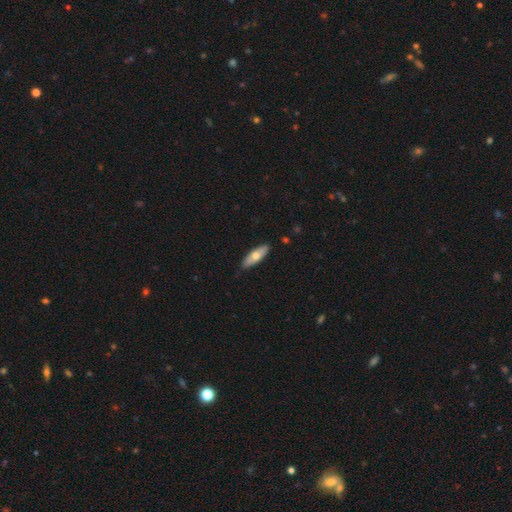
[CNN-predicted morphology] Smooth or featured? Predicted: smooth (p=0.63). How rounded? Predicted: in between (p=0.58). Merging? Predicted: none (p=0.87).